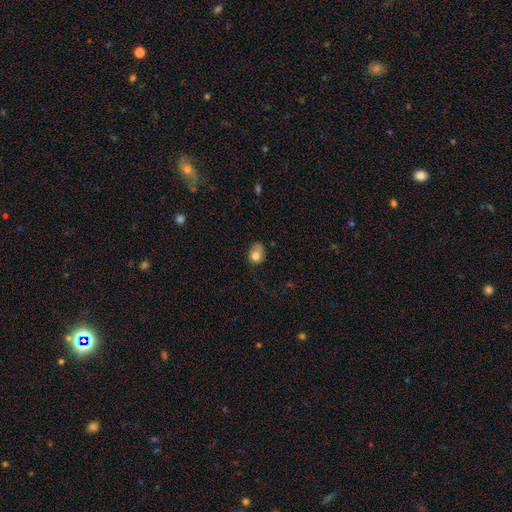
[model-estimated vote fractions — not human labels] Smooth or featured? smooth (77%)
How rounded? in between (55%)
Merging? none (40%)